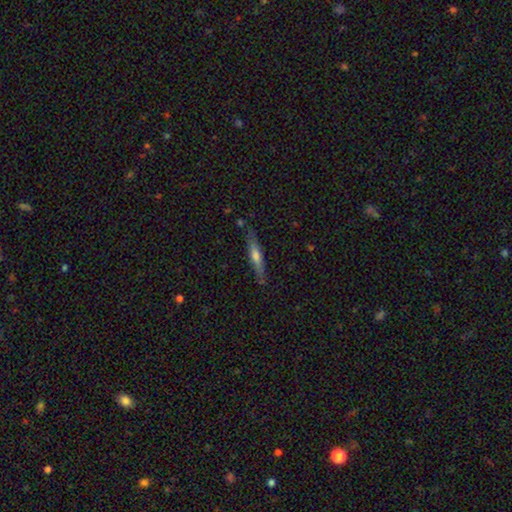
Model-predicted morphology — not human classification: This is possibly a smooth galaxy (47%, tied with featured or disk). Merging: clearly none (82%).